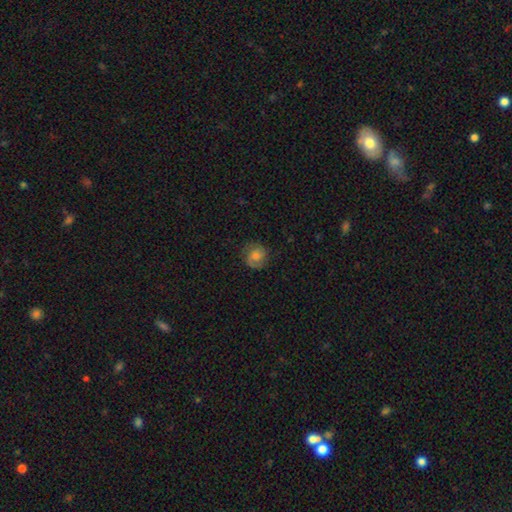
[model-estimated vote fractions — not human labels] A featured or disk galaxy (46%). Merging: none (76%).